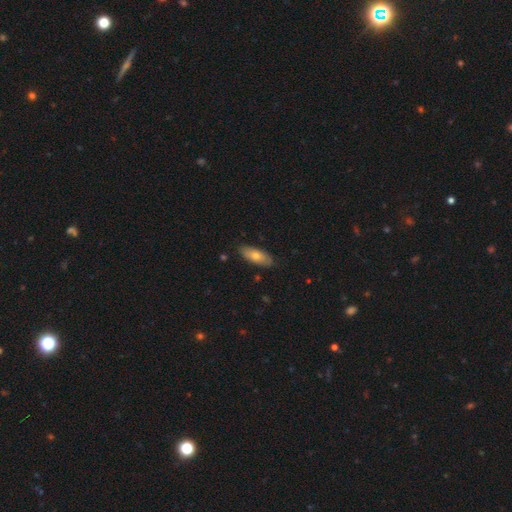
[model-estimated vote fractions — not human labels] A smooth galaxy with no disk features (71%) that is in between round and cigar-shaped (80%). Merging: none (83%).